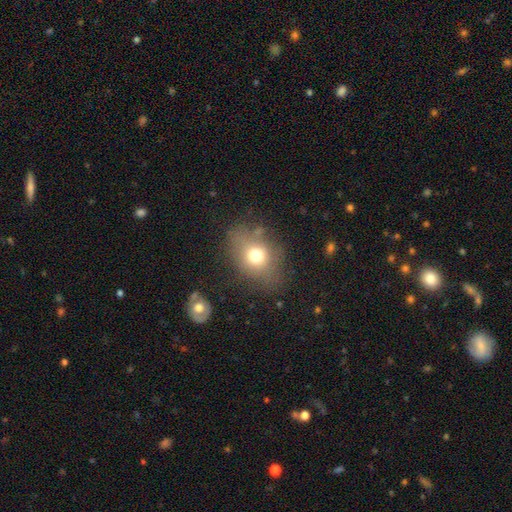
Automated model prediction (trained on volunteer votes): smooth 69%, featured or disk 17%, star or artifact 14%. Down the decision tree: how rounded — in between (54%); merging — none (64%).